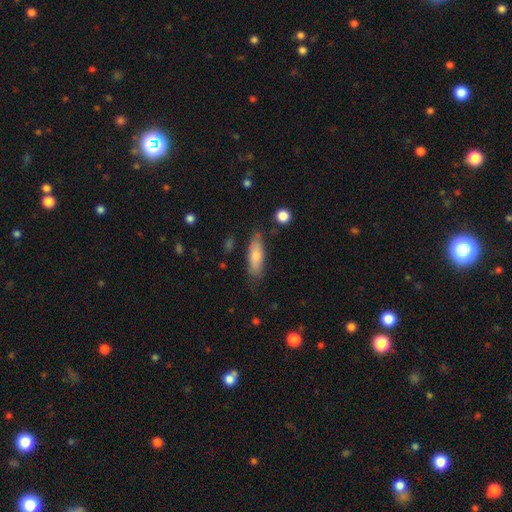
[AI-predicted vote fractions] Morphology: type=smooth (75%); roundness=in between (50%); merging=none (70%).